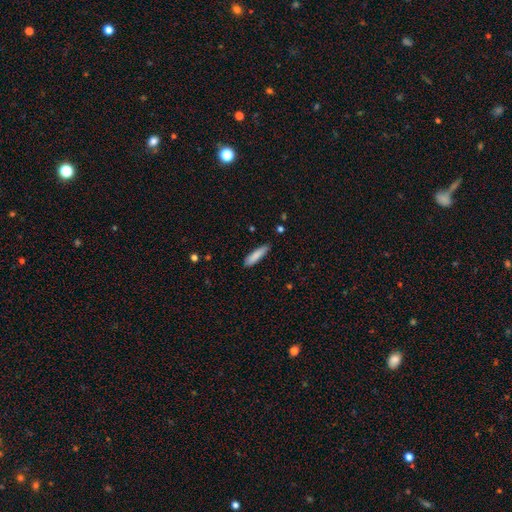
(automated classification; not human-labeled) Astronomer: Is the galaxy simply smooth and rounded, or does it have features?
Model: smooth — 85%.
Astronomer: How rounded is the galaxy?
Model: cigar-shaped — 76%.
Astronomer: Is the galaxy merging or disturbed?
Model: none — 81%.